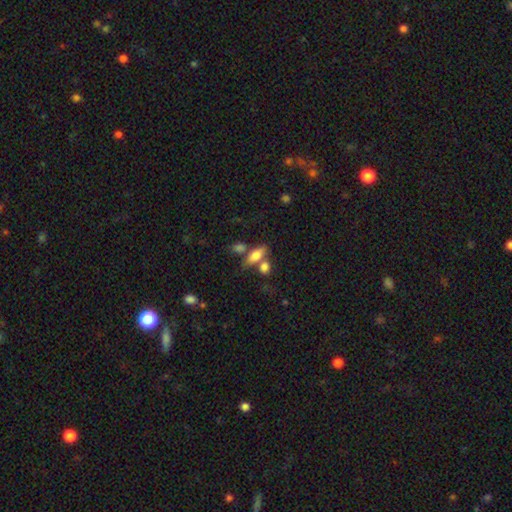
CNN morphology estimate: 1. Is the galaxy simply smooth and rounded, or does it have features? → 70% smooth, 21% featured or disk, 9% star or artifact.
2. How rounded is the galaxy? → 68% in between, 24% cigar-shaped, 7% round.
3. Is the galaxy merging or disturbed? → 48% none, 32% merger, 13% minor disturbance, 7% major disturbance.